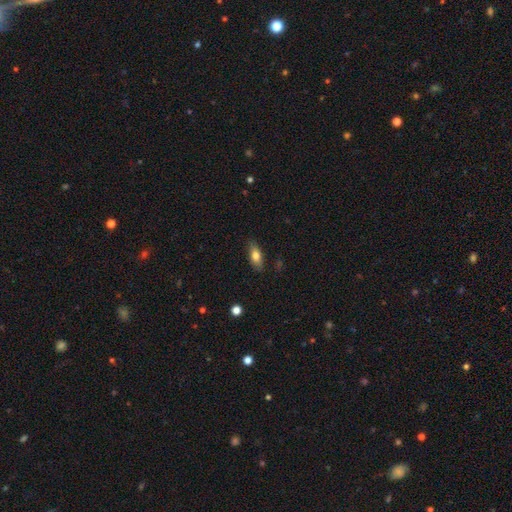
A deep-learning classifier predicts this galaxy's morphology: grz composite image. It shows a smooth galaxy with no disk features (75%) that is in between round and cigar-shaped (77%). Merging: none (84%).